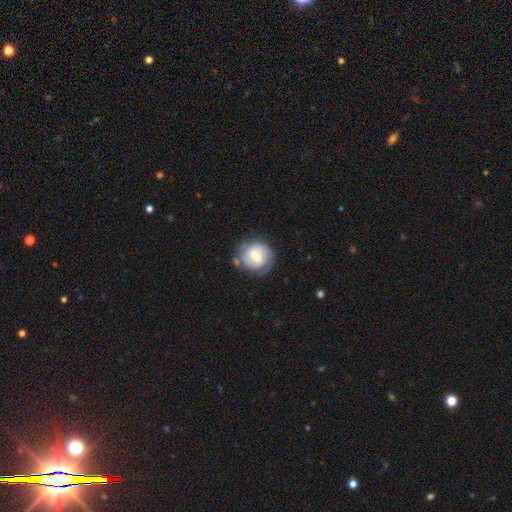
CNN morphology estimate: Overall: featured or disk (48%; smooth 45%). Merging: none (64%).